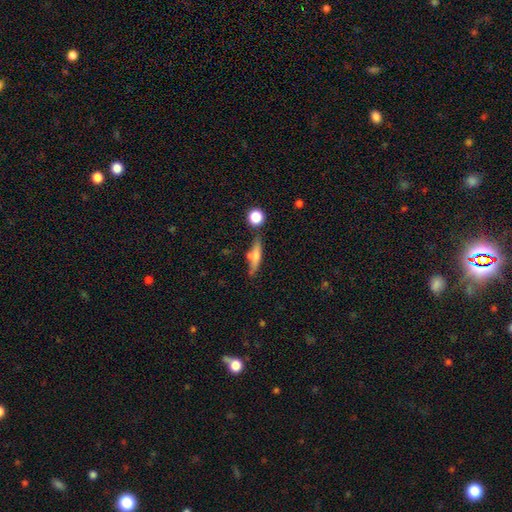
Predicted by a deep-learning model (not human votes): The model was most divided on "smooth or featured": smooth: 53%, featured or disk: 38%, star or artifact: 9%. More confident: how rounded — cigar-shaped (76%); merging — none (69%).